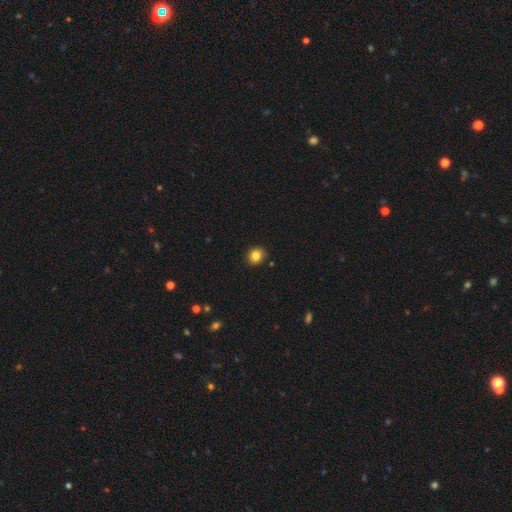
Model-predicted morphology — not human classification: smooth-or-featured: smooth: 84% | star or artifact: 10% | featured or disk: 6%
  how-rounded: round: 69% | in between: 30% | cigar-shaped: 1%
  merging: none: 88% | minor disturbance: 9% | major disturbance: 2% | merger: 2%